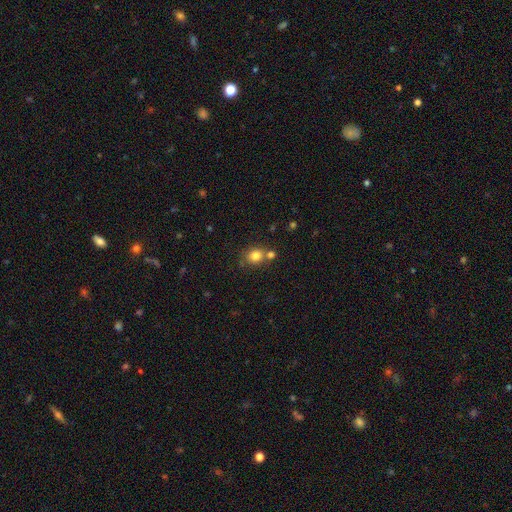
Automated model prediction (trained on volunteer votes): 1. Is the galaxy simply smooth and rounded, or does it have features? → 81% smooth, 12% star or artifact, 8% featured or disk.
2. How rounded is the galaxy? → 70% round, 29% in between, 1% cigar-shaped.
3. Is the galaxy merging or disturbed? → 59% none, 27% merger, 11% minor disturbance, 3% major disturbance.